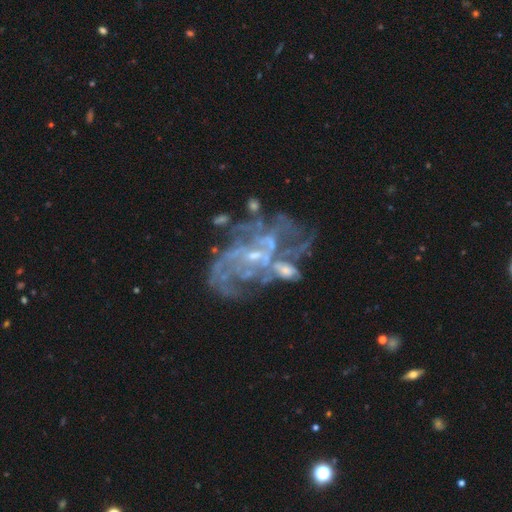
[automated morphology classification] Smooth or featured? Predicted: featured or disk (p=0.82). Edge-on disk? Predicted: no (p=0.98). Bar? Predicted: no (p=0.55). Spiral arms? Predicted: yes (p=0.77). Spiral winding? Predicted: medium (p=0.41). Spiral arm count? Predicted: can't tell (p=0.42). Bulge size? Predicted: small (p=0.72). Merging? Predicted: none (p=0.38).